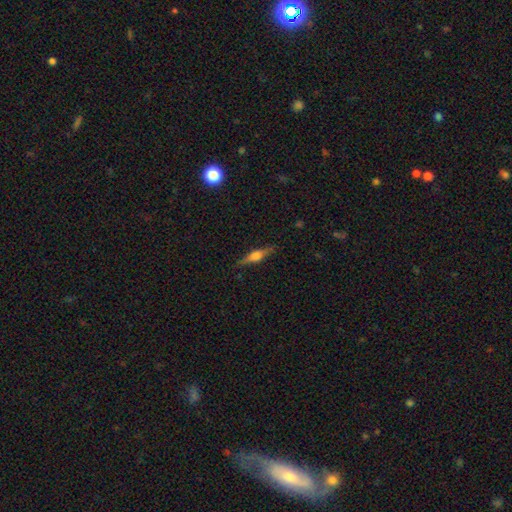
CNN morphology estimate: Smooth or featured? Predicted: featured or disk (p=0.66). Edge-on disk? Predicted: yes (p=0.97). Edge-on bulge? Predicted: rounded (p=0.85). Merging? Predicted: none (p=0.87).